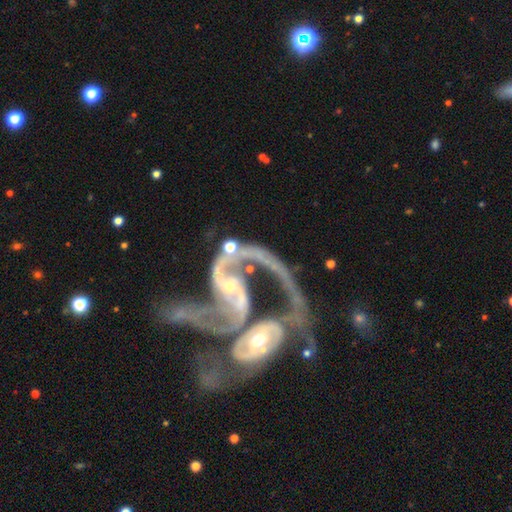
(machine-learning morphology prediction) type=featured or disk (88%); edge-on=no (97%); bar=no (45%); spiral arms=yes (91%); winding=loose (55%); arm count=2 (76%); bulge=small (54%); merging=merger (70%).